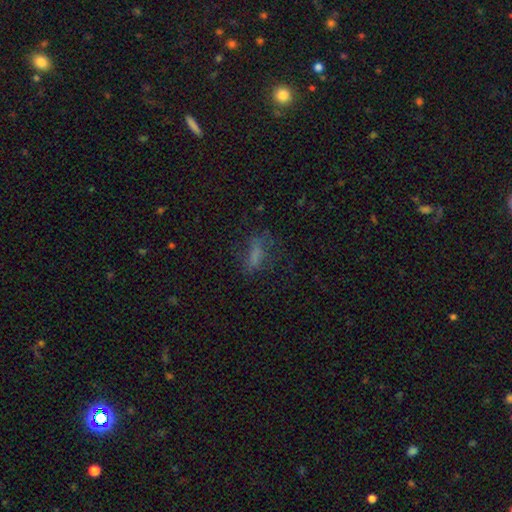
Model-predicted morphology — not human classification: The model was most divided on "merging": none: 52%, major disturbance: 24%, minor disturbance: 22%, merger: 3%. More confident: how rounded — in between (64%); smooth or featured — smooth (60%).